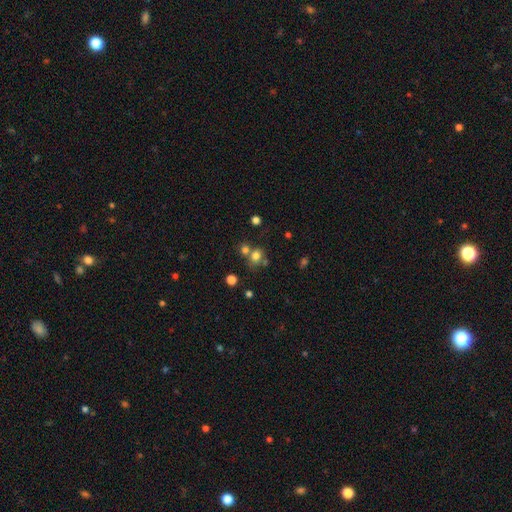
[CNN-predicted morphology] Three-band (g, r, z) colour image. It shows a smooth galaxy with no disk features (74%) that is round (74%). Merging: none (52%).